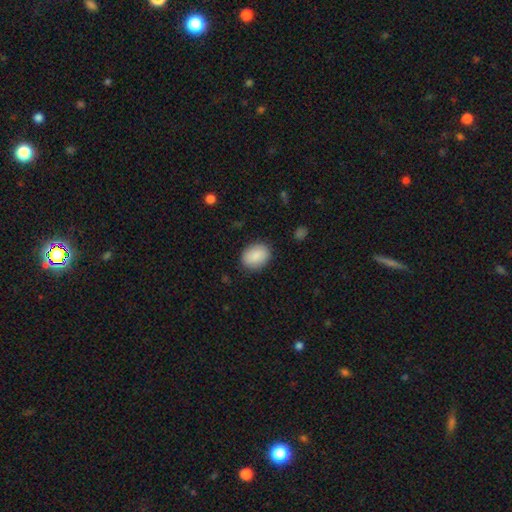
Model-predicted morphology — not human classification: A smooth galaxy with no disk features (88%) that is in between round and cigar-shaped (68%).

Vote fractions:
- Smooth or featured? smooth: 88% / star or artifact: 6% / featured or disk: 6%
- How rounded? in between: 68% / round: 31% / cigar-shaped: 1%
- Merging? none: 85% / minor disturbance: 11% / major disturbance: 3% / merger: 1%